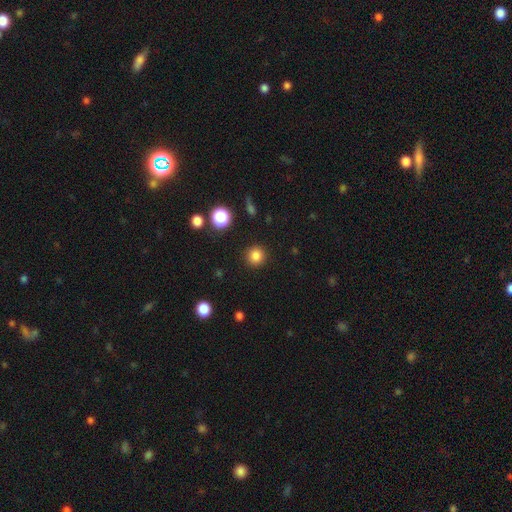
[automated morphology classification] Q: Smooth or featured?
A: smooth (84%); runner-up: star or artifact (12%)
Q: How rounded?
A: round (93%); runner-up: in between (6%)
Q: Merging?
A: none (91%); runner-up: minor disturbance (5%)